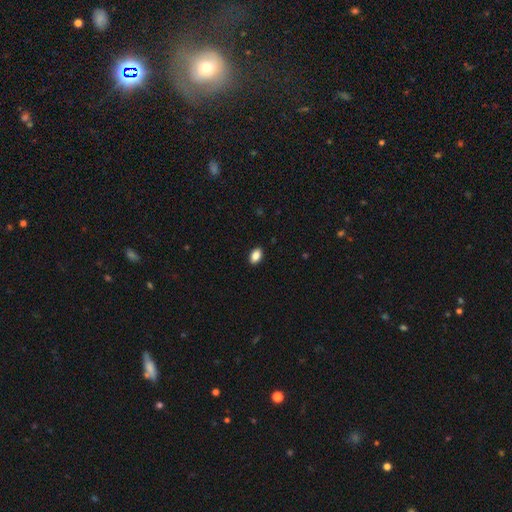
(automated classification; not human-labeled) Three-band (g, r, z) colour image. It shows a smooth galaxy with no disk features (87%) that is in between round and cigar-shaped (88%). Merging: none (90%).